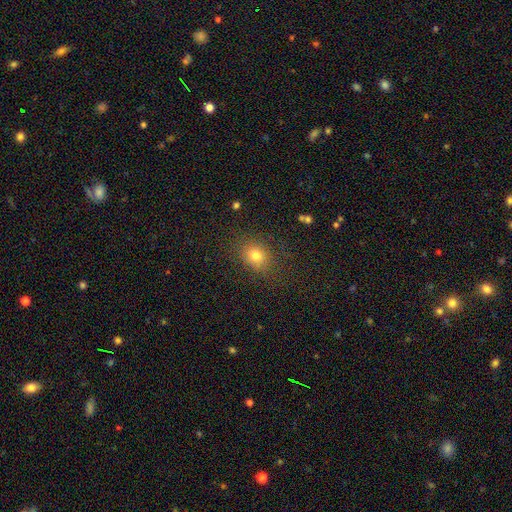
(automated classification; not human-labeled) Smooth or featured? smooth (77%)
How rounded? round (58%)
Merging? none (81%)